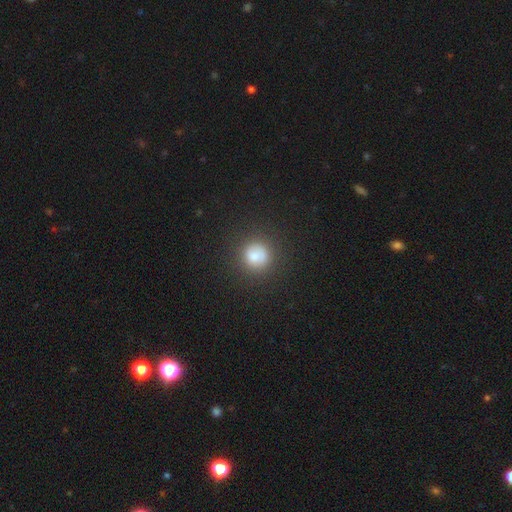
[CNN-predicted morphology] Q: Smooth or featured?
A: smooth (78%); runner-up: star or artifact (14%)
Q: How rounded?
A: round (91%); runner-up: in between (8%)
Q: Merging?
A: none (82%); runner-up: minor disturbance (11%)